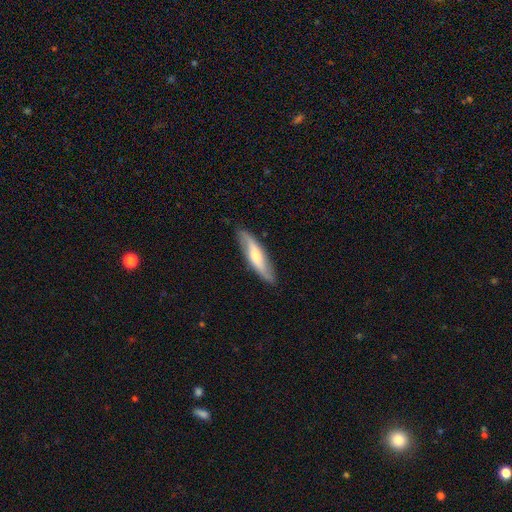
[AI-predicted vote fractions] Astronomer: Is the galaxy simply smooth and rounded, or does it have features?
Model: featured or disk — 58% (runner-up: smooth, 37%).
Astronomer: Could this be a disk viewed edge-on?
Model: no — 53% (runner-up: yes, 47%).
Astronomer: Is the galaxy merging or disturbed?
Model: none — 84%.